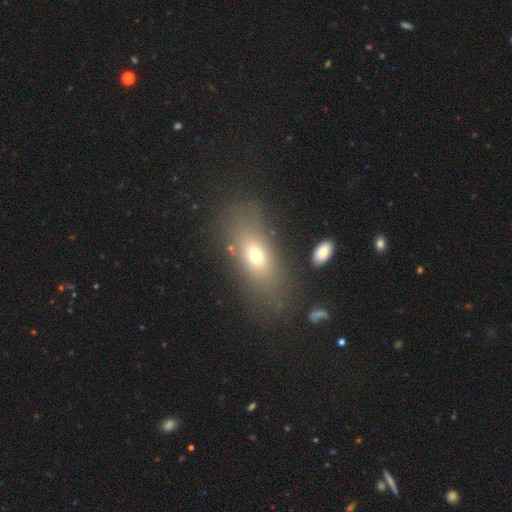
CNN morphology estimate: This appears to be a smooth galaxy with no disk features (65%) that is in between round and cigar-shaped (74%). Merging: none (72%).